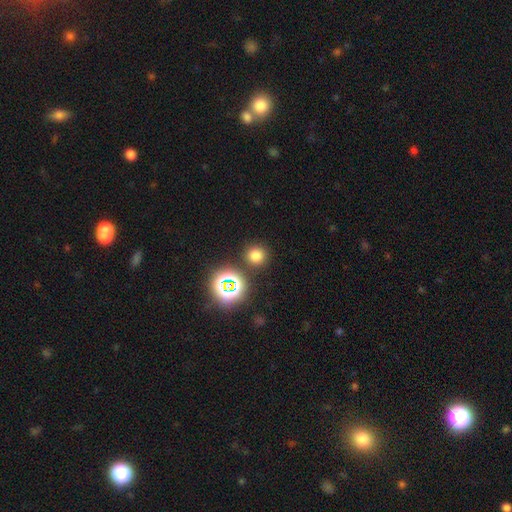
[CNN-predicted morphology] Q: Smooth or featured?
A: smooth (72%); runner-up: star or artifact (22%)
Q: How rounded?
A: round (92%); runner-up: in between (7%)
Q: Merging?
A: none (87%); runner-up: minor disturbance (6%)